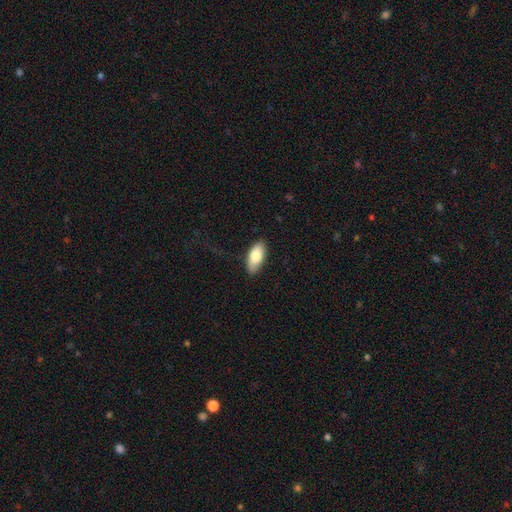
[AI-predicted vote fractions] This appears to be a smooth galaxy with no disk features (78%) that is in between round and cigar-shaped (89%). Merging: none (81%).